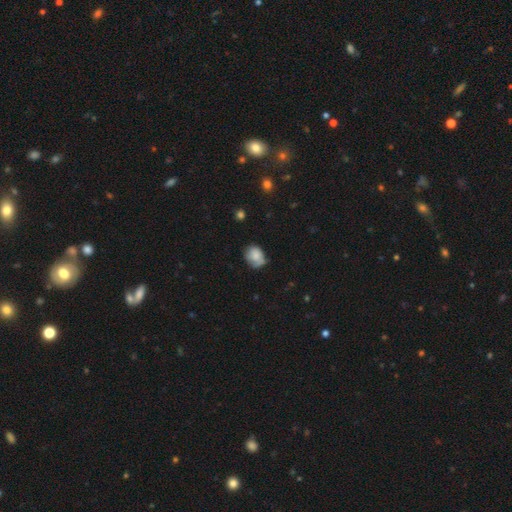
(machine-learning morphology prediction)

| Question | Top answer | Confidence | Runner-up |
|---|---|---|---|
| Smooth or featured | smooth | 74% | featured or disk (18%) |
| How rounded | in between | 55% | round (44%) |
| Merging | none | 50% | minor disturbance (35%) |